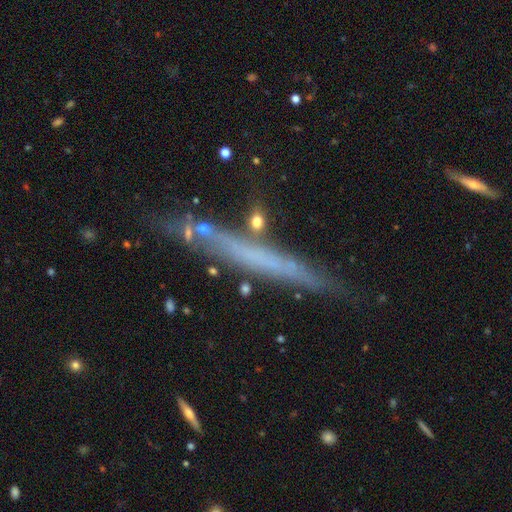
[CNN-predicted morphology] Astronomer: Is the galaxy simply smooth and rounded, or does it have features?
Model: featured or disk — 54% (runner-up: smooth, 36%).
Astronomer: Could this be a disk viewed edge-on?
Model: yes — 91%.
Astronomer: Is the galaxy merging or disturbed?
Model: none — 77%.